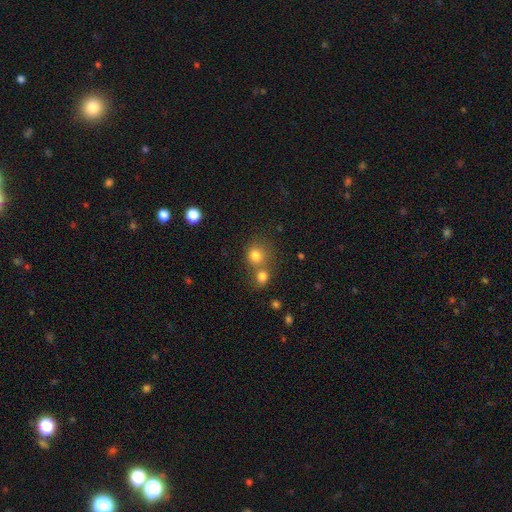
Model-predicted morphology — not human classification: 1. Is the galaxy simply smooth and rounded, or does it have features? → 79% smooth, 13% star or artifact, 8% featured or disk.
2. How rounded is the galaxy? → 82% round, 17% in between, 1% cigar-shaped.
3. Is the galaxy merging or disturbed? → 50% none, 37% merger, 9% minor disturbance, 4% major disturbance.